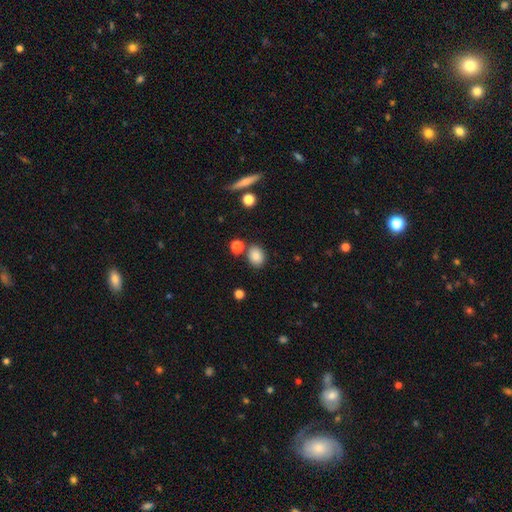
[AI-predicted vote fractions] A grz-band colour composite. It shows a smooth galaxy with no disk features (84%) that is in between round and cigar-shaped (62%). Merging: none (77%).